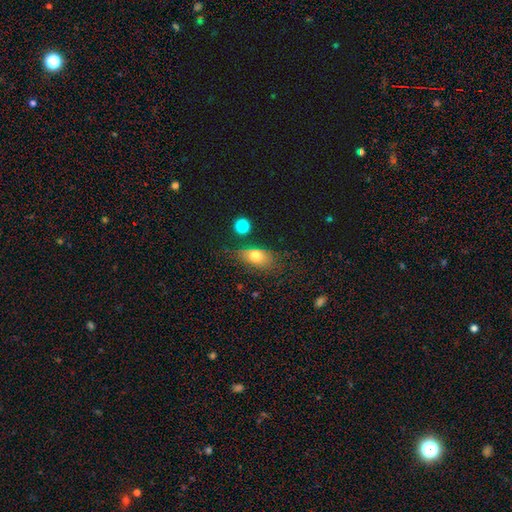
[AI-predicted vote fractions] A smooth galaxy with no disk features (75%) that is in between round and cigar-shaped (79%).

Vote fractions:
- Smooth or featured? smooth: 75% / featured or disk: 14% / star or artifact: 10%
- How rounded? in between: 79% / round: 15% / cigar-shaped: 5%
- Merging? none: 62% / minor disturbance: 23% / major disturbance: 8% / merger: 7%